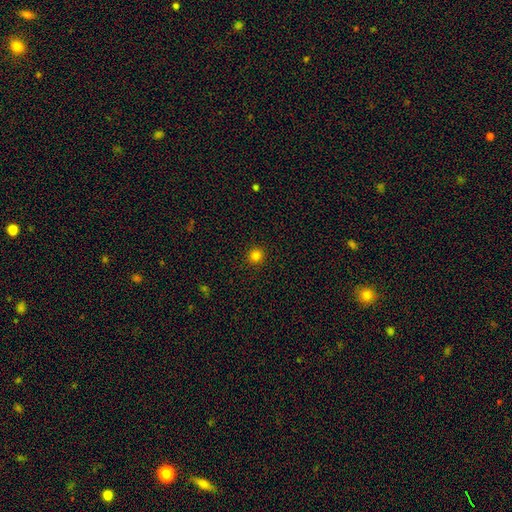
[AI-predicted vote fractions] smooth 81%, star or artifact 15%, featured or disk 4%. Down the decision tree: how rounded — round (94%); merging — none (92%).